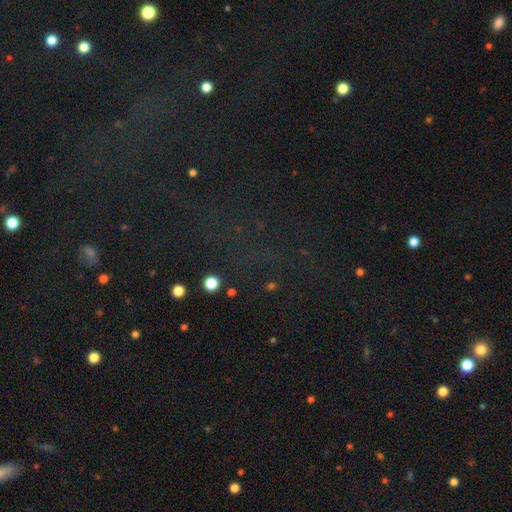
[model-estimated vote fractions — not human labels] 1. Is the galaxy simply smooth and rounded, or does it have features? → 74% star or artifact, 17% smooth, 10% featured or disk.